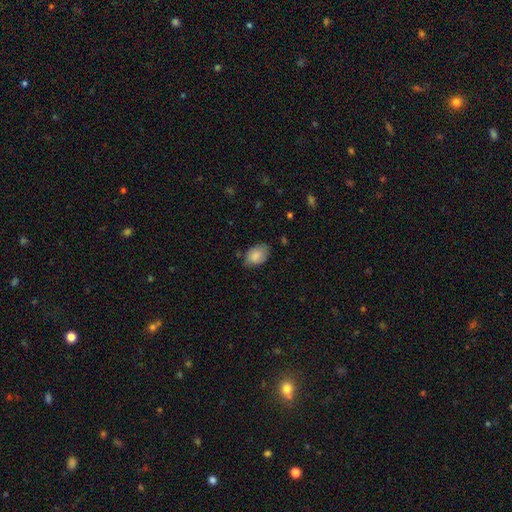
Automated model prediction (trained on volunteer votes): This appears to be a smooth galaxy with no disk features (85%) that is in between round and cigar-shaped (86%). Merging: none (70%).